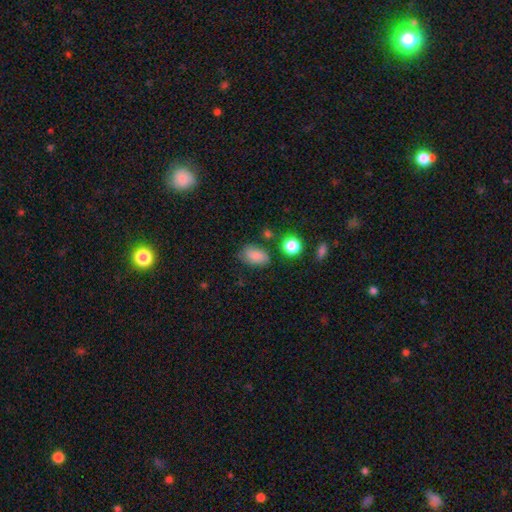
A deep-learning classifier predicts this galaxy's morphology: A smooth galaxy with no disk features (81%) that is in between round and cigar-shaped (86%).

Vote fractions:
- Smooth or featured? smooth: 81% / star or artifact: 10% / featured or disk: 9%
- How rounded? in between: 86% / round: 12% / cigar-shaped: 2%
- Merging? none: 65% / minor disturbance: 24% / major disturbance: 7% / merger: 4%